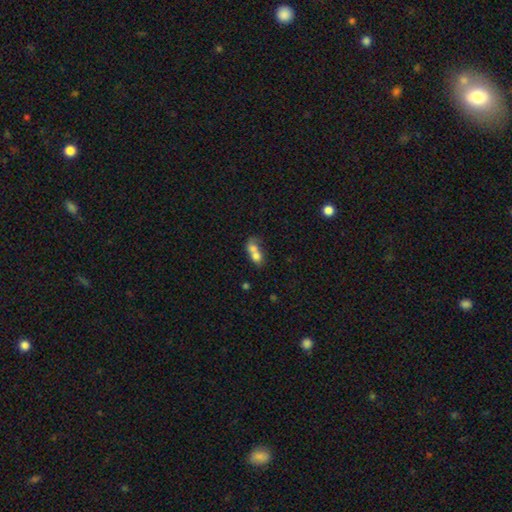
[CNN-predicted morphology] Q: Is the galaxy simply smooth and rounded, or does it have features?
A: smooth — 68%.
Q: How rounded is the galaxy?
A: in between — 57%.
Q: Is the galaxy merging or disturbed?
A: merger — 75%.